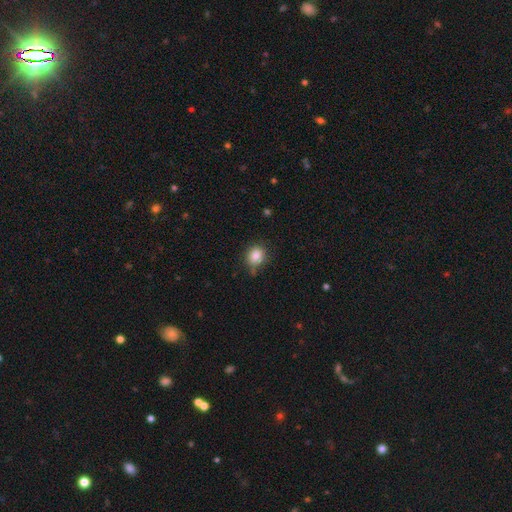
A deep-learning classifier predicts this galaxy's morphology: smooth-or-featured: smooth: 85% | star or artifact: 10% | featured or disk: 5%
  how-rounded: round: 73% | in between: 25% | cigar-shaped: 1%
  merging: none: 75% | minor disturbance: 17% | major disturbance: 4% | merger: 4%